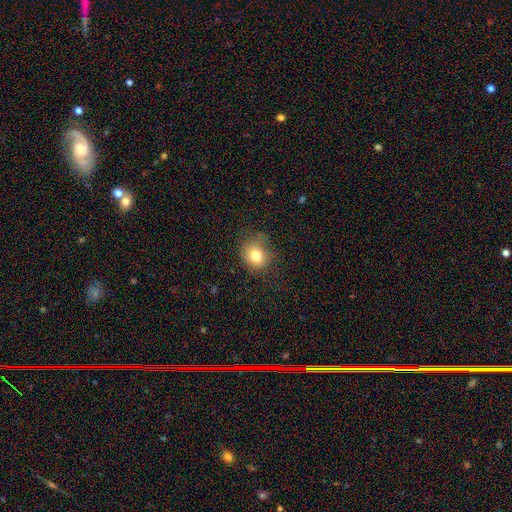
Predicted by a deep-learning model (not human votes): Smooth or featured: smooth — 77% (star or artifact — 13%)
How rounded: round — 67% (in between — 32%)
Merging: none — 64% (minor disturbance — 24%)